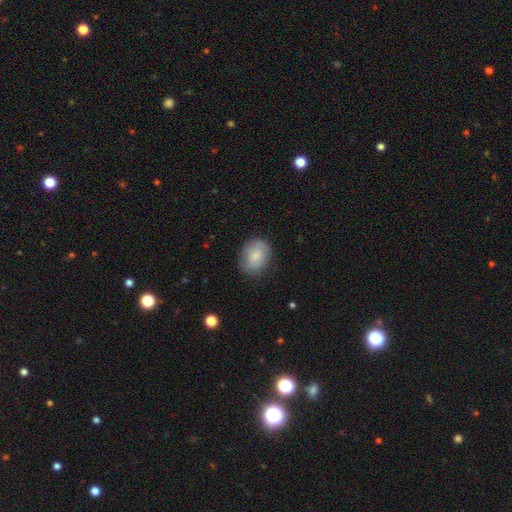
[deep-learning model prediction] smooth 66%, featured or disk 27%, star or artifact 7%. Down the decision tree: how rounded — round (53%); merging — none (78%).